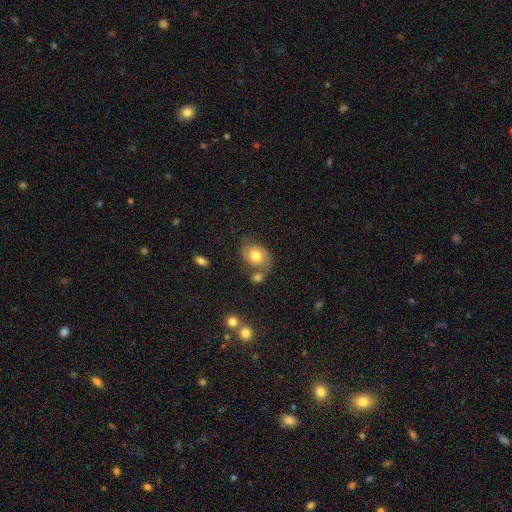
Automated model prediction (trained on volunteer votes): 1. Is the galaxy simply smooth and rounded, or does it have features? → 53% featured or disk, 38% smooth, 9% star or artifact.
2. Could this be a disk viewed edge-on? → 97% no, 3% yes.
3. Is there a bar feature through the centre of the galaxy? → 75% no, 21% weak, 4% strong.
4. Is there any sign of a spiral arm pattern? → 82% yes, 18% no.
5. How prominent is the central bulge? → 66% moderate, 23% large, 8% small, 2% dominant, 2% none.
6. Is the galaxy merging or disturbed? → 50% none, 23% merger, 18% minor disturbance, 10% major disturbance.